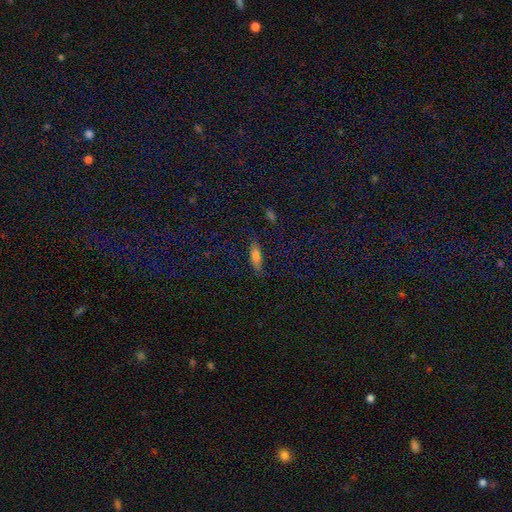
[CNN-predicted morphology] Overall: smooth (70%). How rounded: in between (53%; cigar-shaped 44%). Merging: none (79%).